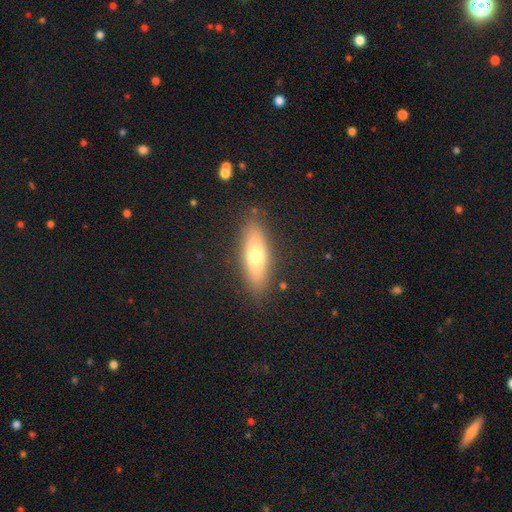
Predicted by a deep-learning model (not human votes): smooth_or_featured: smooth (p=0.63) [alt: featured or disk p=0.30]
how_rounded: cigar-shaped (p=0.52) [alt: in between p=0.46]
merging: none (p=0.86) [alt: minor disturbance p=0.10]